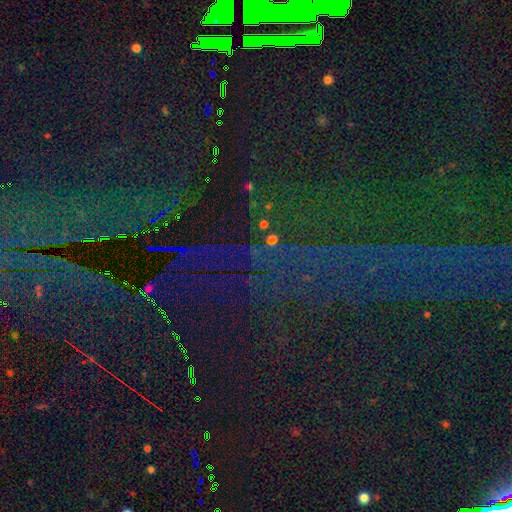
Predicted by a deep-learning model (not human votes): Overall: star or artifact (87%).